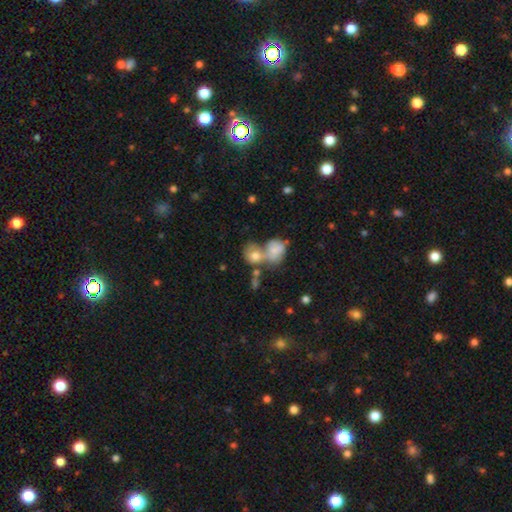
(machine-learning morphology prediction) smooth_or_featured: smooth (p=0.62) [alt: featured or disk p=0.22]
how_rounded: round (p=0.62) [alt: in between p=0.36]
merging: merger (p=0.51) [alt: none p=0.34]